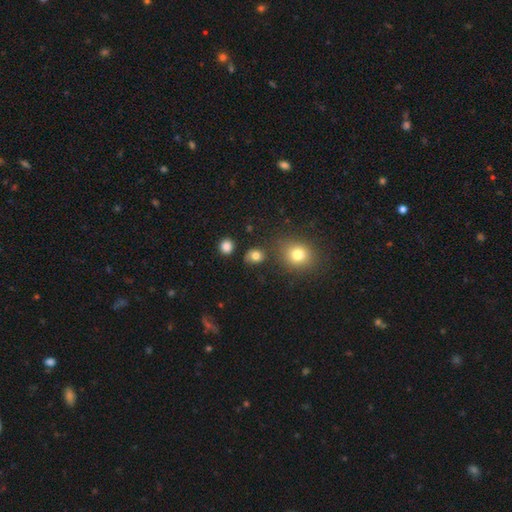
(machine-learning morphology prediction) Q: Smooth or featured?
A: smooth (80%); runner-up: star or artifact (13%)
Q: How rounded?
A: round (63%); runner-up: in between (36%)
Q: Merging?
A: none (79%); runner-up: minor disturbance (12%)